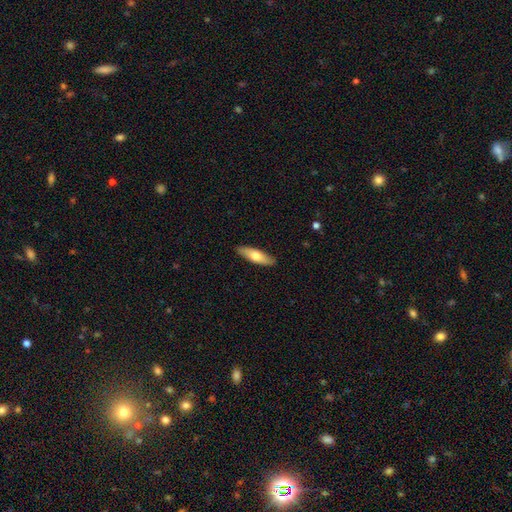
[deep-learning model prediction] smooth_or_featured: smooth (p=0.65) [alt: featured or disk p=0.29]
how_rounded: cigar-shaped (p=0.52) [alt: in between p=0.46]
merging: none (p=0.88) [alt: minor disturbance p=0.09]